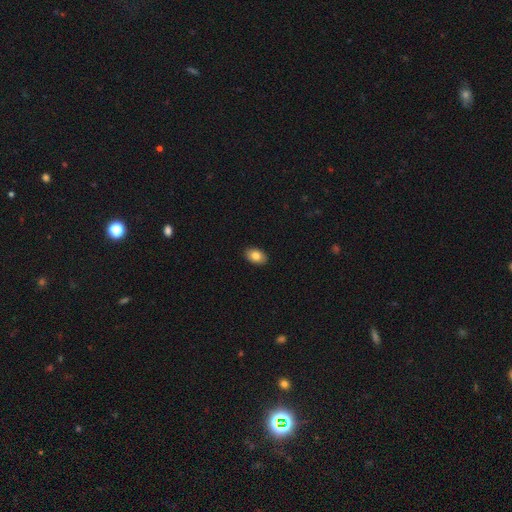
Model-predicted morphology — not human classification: Q: Smooth or featured?
A: smooth (82%); runner-up: featured or disk (11%)
Q: How rounded?
A: in between (88%); runner-up: round (11%)
Q: Merging?
A: none (90%); runner-up: minor disturbance (7%)